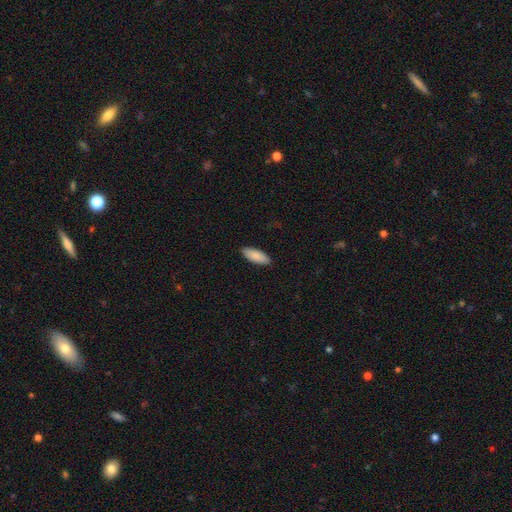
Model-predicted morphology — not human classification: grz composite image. It shows a smooth galaxy with no disk features (89%) that is in between round and cigar-shaped (76%). Merging: none (90%).